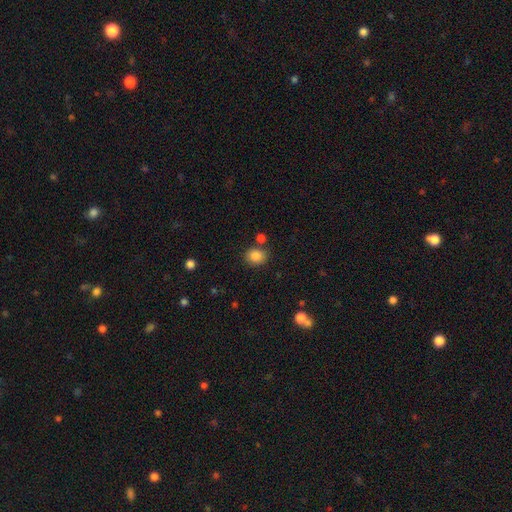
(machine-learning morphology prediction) type=smooth (86%); roundness=round (64%); merging=none (77%).